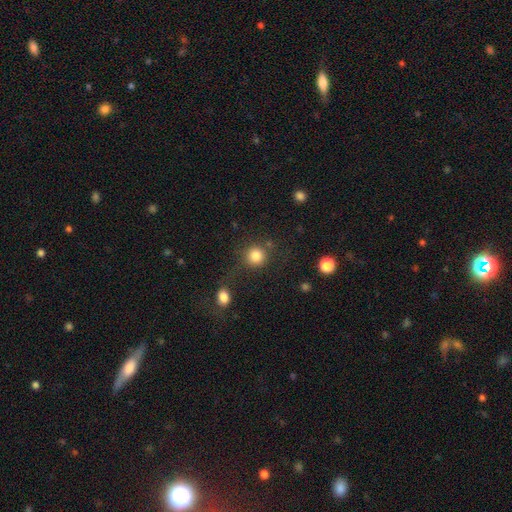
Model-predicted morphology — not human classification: smooth_or_featured: smooth (p=0.84) [alt: star or artifact p=0.10]
how_rounded: round (p=0.92) [alt: in between p=0.07]
merging: none (p=0.77) [alt: minor disturbance p=0.10]